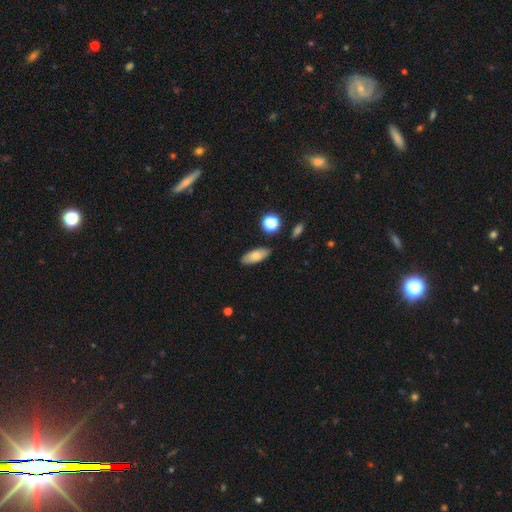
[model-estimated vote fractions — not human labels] This is likely a smooth galaxy (78%). How rounded: clearly in between (80%). Merging: clearly none (85%).